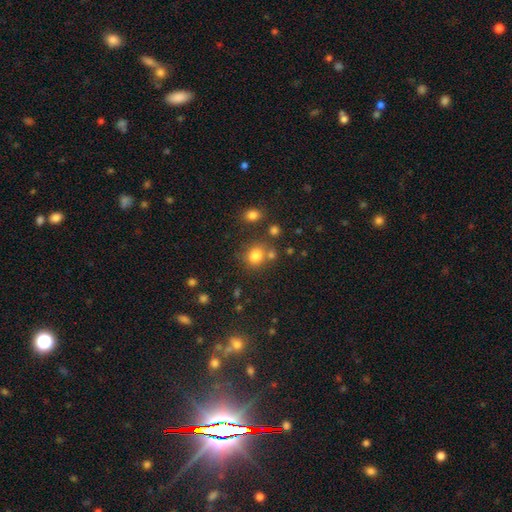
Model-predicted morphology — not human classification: This is likely a smooth galaxy (79%). How rounded: likely round (68%). Merging: likely none (65%).